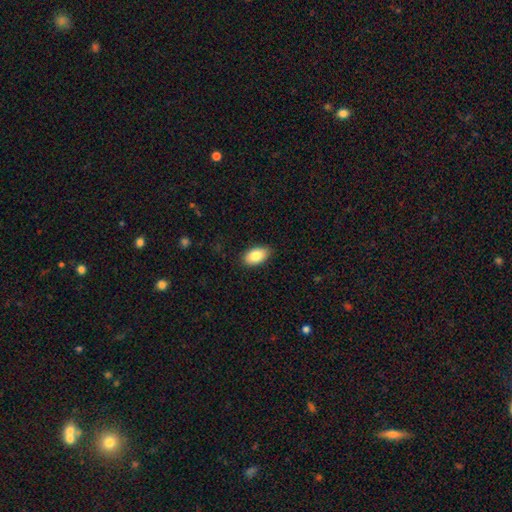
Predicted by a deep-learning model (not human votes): smooth_or_featured: smooth (p=0.84) [alt: featured or disk p=0.09]
how_rounded: in between (p=0.94) [alt: round p=0.05]
merging: none (p=0.87) [alt: minor disturbance p=0.10]